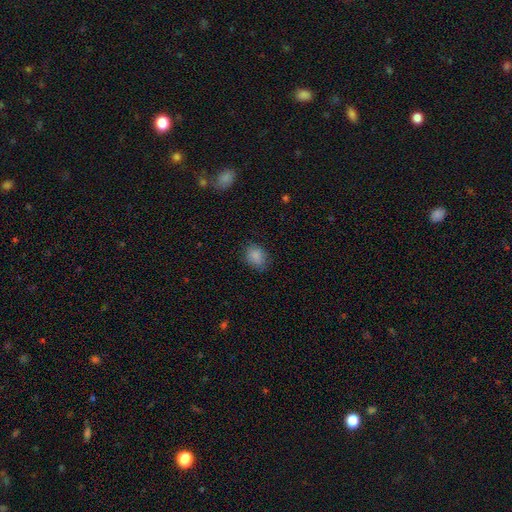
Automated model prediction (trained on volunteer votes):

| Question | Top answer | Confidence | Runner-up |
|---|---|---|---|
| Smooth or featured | smooth | 85% | star or artifact (9%) |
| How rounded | in between | 57% | round (42%) |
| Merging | none | 77% | minor disturbance (18%) |